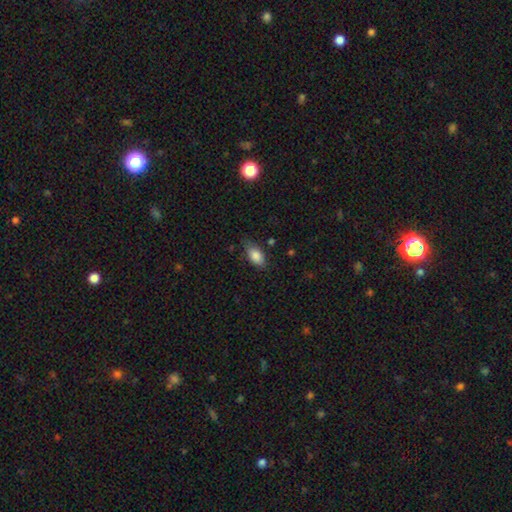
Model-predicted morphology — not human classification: A smooth galaxy with no disk features (84%) that is in between round and cigar-shaped (91%). Merging: none (67%).